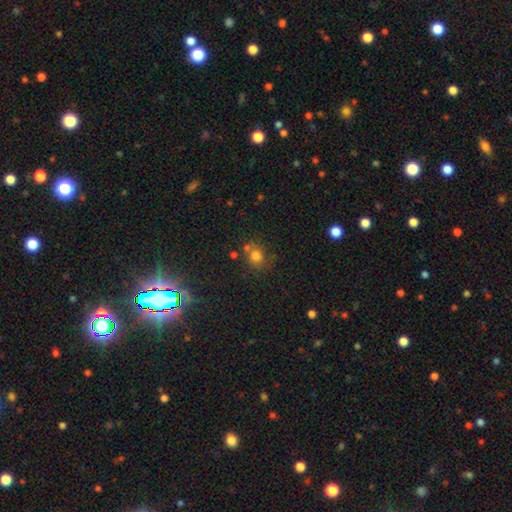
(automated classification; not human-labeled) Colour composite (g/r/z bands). It shows a smooth galaxy with no disk features (74%) that is round (79%). Merging: none (65%).